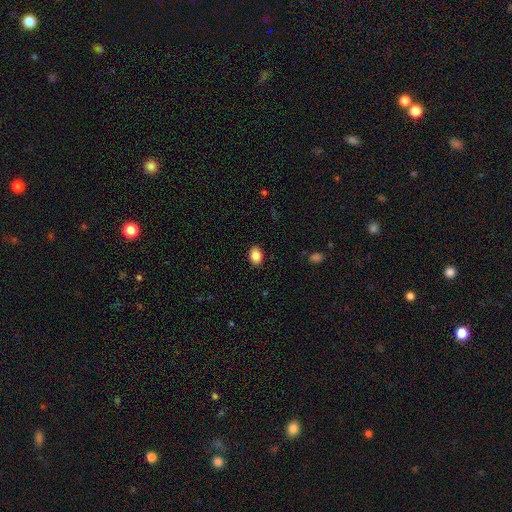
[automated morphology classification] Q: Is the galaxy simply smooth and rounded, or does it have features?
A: smooth — 88%.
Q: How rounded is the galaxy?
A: in between — 78%.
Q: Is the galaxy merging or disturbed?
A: none — 89%.